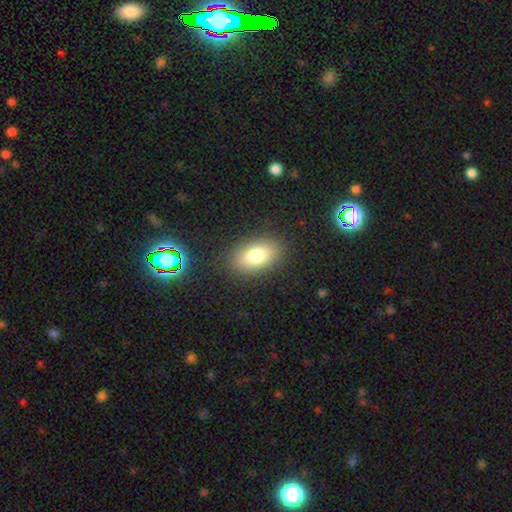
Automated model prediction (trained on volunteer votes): smooth_or_featured: smooth (p=0.80) [alt: featured or disk p=0.11]
how_rounded: in between (p=0.89) [alt: round p=0.09]
merging: none (p=0.85) [alt: minor disturbance p=0.10]